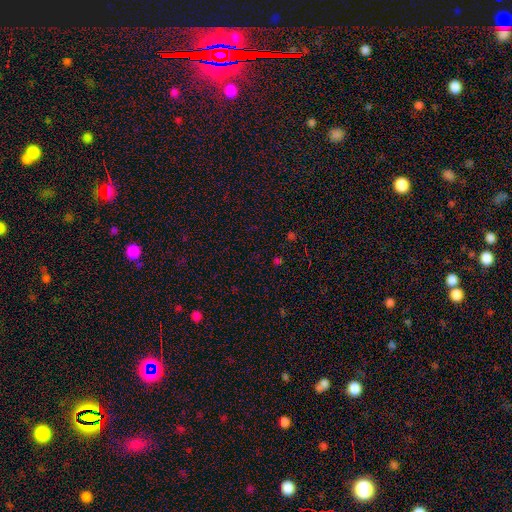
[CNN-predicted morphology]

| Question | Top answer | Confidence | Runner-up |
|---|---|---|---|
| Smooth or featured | star or artifact | 59% | smooth (34%) |